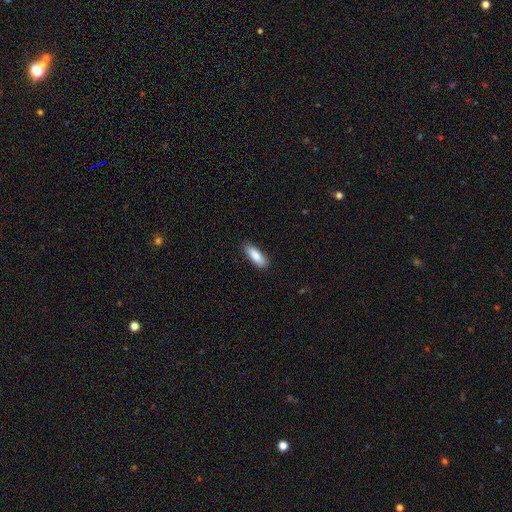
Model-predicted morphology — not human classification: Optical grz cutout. It shows a smooth galaxy with no disk features (86%) that is in between round and cigar-shaped (66%). Merging: none (86%).